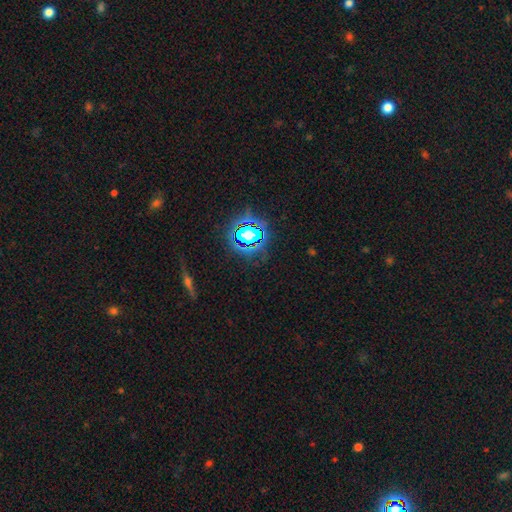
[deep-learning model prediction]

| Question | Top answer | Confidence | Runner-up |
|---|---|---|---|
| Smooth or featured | star or artifact | 74% | smooth (17%) |